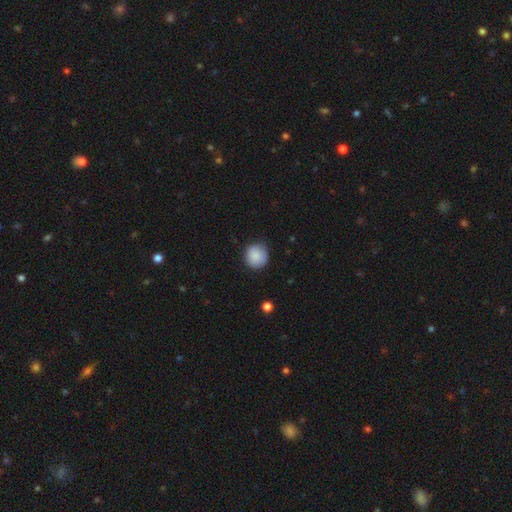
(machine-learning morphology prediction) A smooth galaxy with no disk features (88%) that is round (92%). Merging: none (81%).